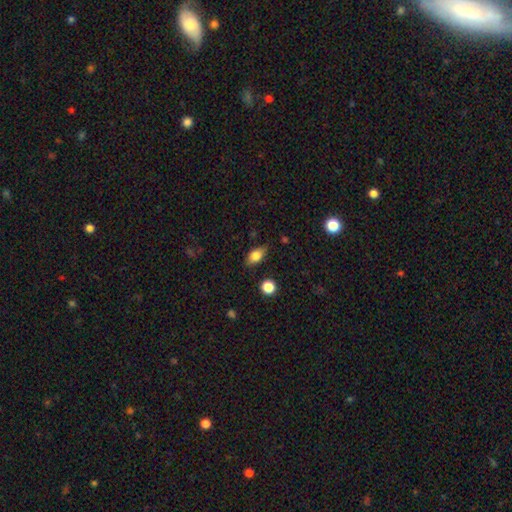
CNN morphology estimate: Overall: smooth (78%). How rounded: in between (82%). Merging: none (81%).